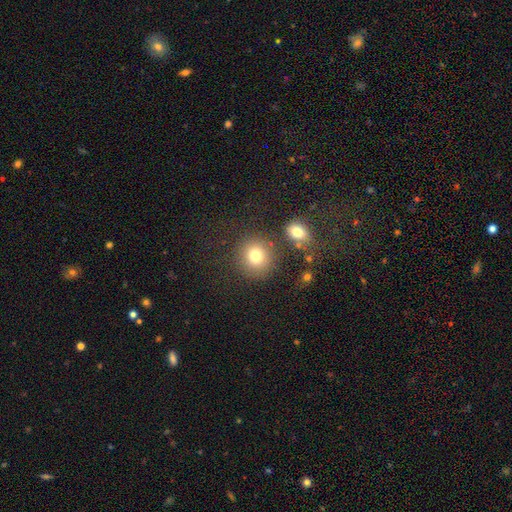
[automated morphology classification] A smooth galaxy with no disk features (79%) that is round (88%).

Vote fractions:
- Smooth or featured? smooth: 79% / star or artifact: 12% / featured or disk: 9%
- How rounded? round: 88% / in between: 11% / cigar-shaped: 1%
- Merging? none: 79% / minor disturbance: 9% / merger: 8% / major disturbance: 4%